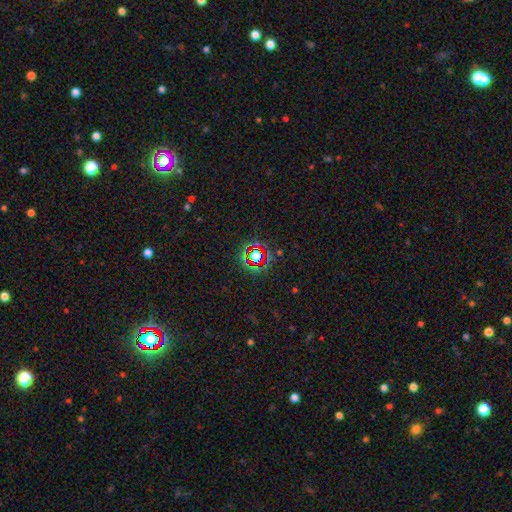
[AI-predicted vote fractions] This is likely a star or artifact rather than a galaxy (71%).